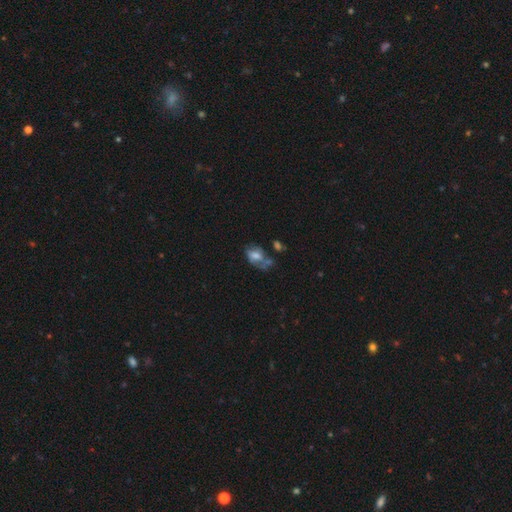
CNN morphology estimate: Overall: smooth (53%; featured or disk 36%). How rounded: in between (81%). Merging: none (31%; merger 26%).